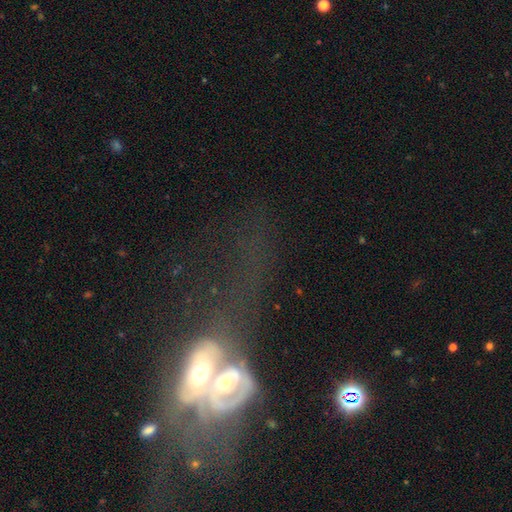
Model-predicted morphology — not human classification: Smooth or featured? Predicted: featured or disk (p=0.52). Edge-on disk? Predicted: no (p=0.82). Merging? Predicted: merger (p=0.60).